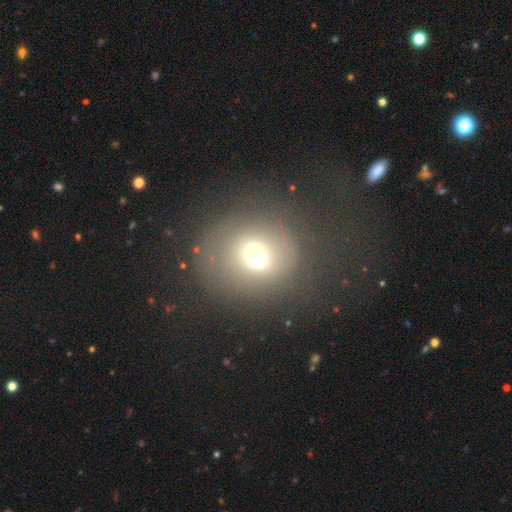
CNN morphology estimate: This appears to be a smooth galaxy with no disk features (61%) that is round (80%). Merging: none (67%).